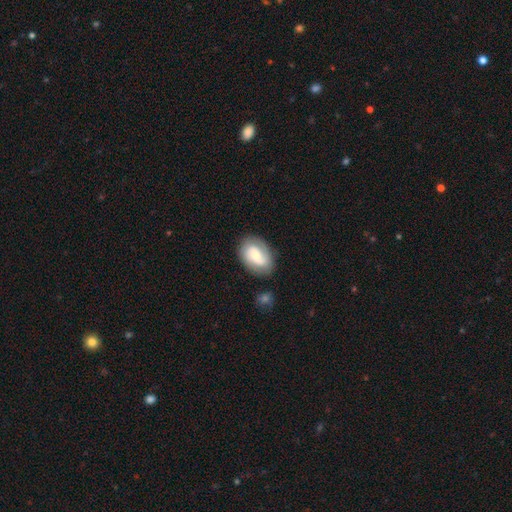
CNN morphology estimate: This is possibly a featured or disk galaxy (51%). It is clearly not viewed edge-on (96%). Merging: likely none (78%).